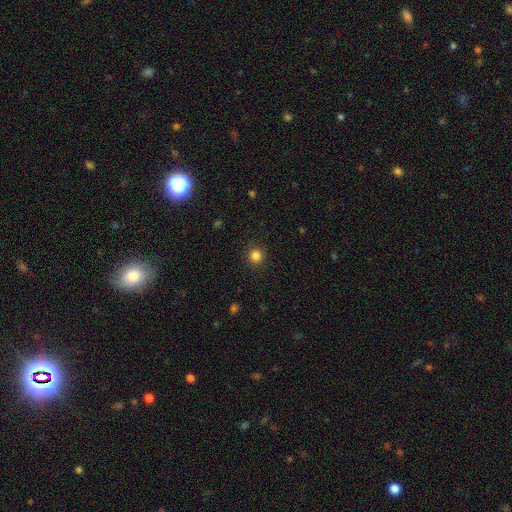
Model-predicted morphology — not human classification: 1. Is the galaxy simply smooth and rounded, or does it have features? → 83% smooth, 13% star or artifact, 4% featured or disk.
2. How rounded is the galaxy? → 95% round, 5% in between, 1% cigar-shaped.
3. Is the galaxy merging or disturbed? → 92% none, 5% minor disturbance, 2% major disturbance, 1% merger.